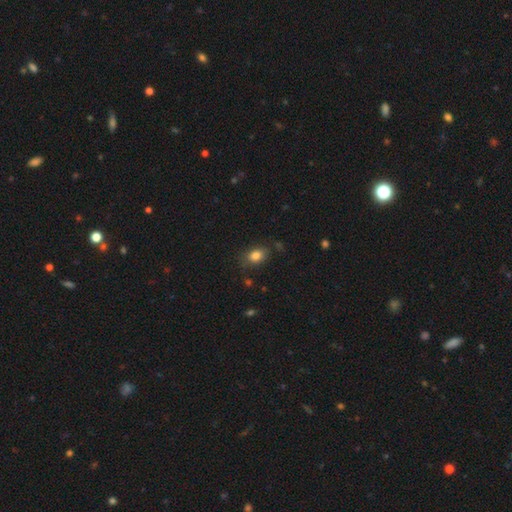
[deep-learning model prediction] smooth_or_featured: smooth (p=0.82) [alt: star or artifact p=0.10]
how_rounded: in between (p=0.74) [alt: round p=0.24]
merging: none (p=0.76) [alt: minor disturbance p=0.17]